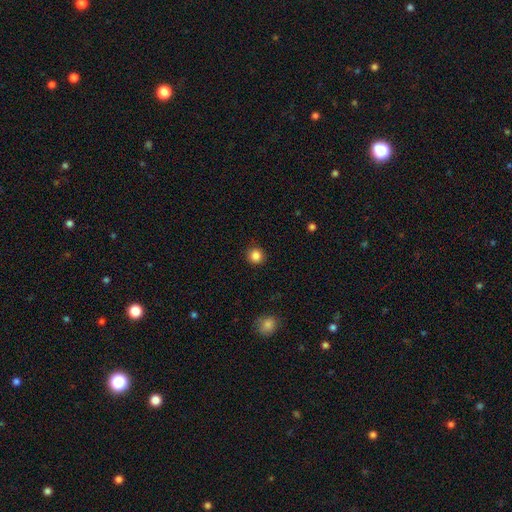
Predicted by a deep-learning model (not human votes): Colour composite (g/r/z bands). It shows a smooth galaxy with no disk features (86%) that is round (93%). Merging: none (89%).